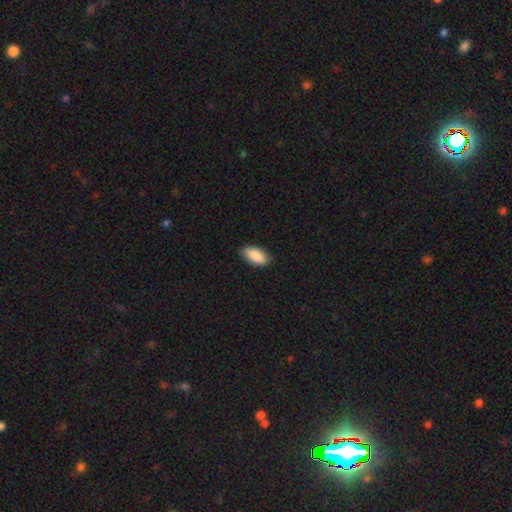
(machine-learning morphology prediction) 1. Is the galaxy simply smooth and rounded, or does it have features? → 89% smooth, 6% star or artifact, 5% featured or disk.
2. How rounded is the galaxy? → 93% in between, 4% cigar-shaped, 2% round.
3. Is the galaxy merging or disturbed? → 87% none, 10% minor disturbance, 2% major disturbance, 1% merger.